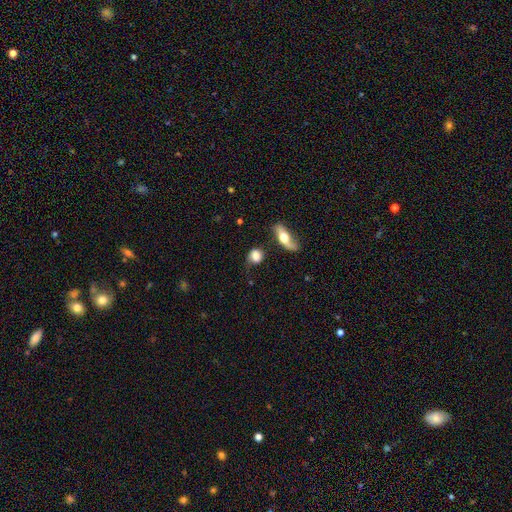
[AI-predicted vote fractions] Morphology: type=smooth (75%); roundness=round (58%); merging=none (51%).